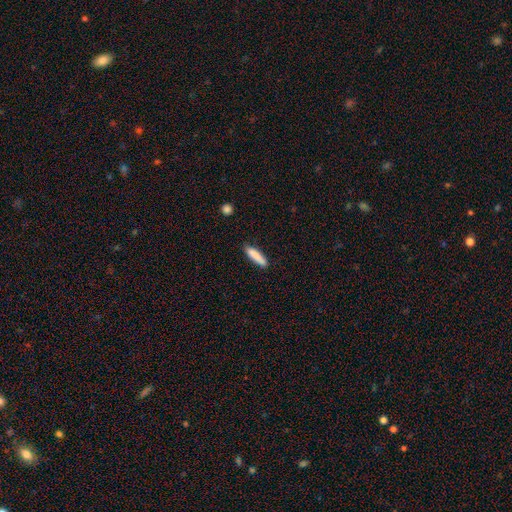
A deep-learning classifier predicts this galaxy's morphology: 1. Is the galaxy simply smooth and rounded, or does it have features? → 86% smooth, 8% featured or disk, 6% star or artifact.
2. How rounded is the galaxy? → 80% cigar-shaped, 18% in between, 1% round.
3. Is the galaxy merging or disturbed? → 85% none, 11% minor disturbance, 2% major disturbance, 2% merger.